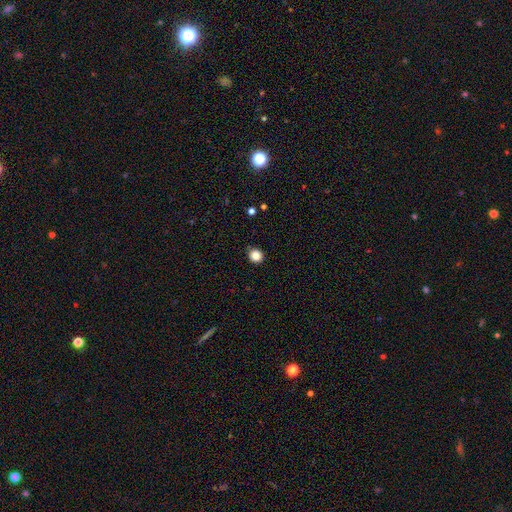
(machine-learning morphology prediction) smooth-or-featured: smooth: 85% | star or artifact: 11% | featured or disk: 4%
  how-rounded: round: 86% | in between: 13% | cigar-shaped: 1%
  merging: none: 91% | minor disturbance: 7% | major disturbance: 2% | merger: 1%